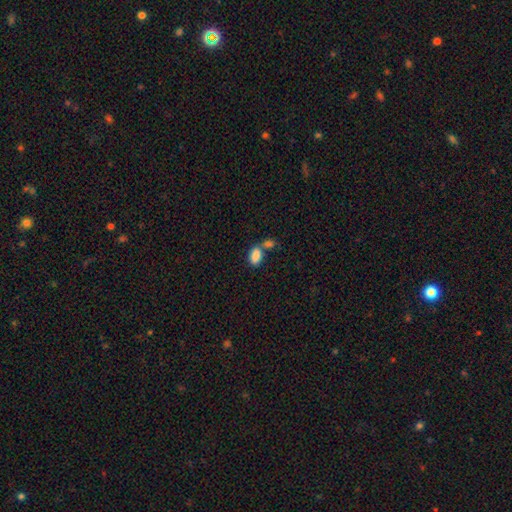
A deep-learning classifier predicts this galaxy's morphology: Q: Smooth or featured?
A: smooth (86%); runner-up: star or artifact (8%)
Q: How rounded?
A: in between (91%); runner-up: round (7%)
Q: Merging?
A: merger (48%); runner-up: none (37%)